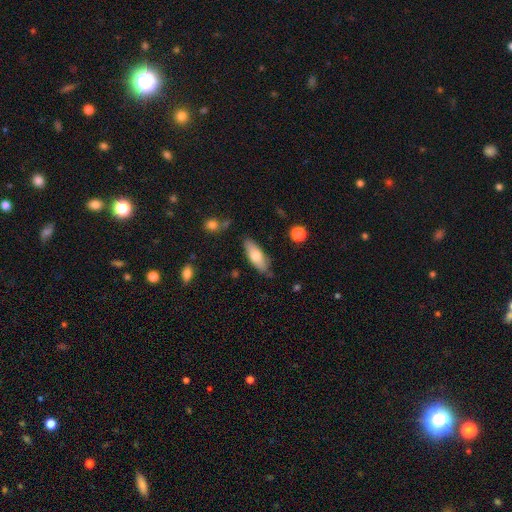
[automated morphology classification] Smooth or featured?
  - smooth: 69% *
  - featured or disk: 25%
  - star or artifact: 6%
How rounded?
  - in between: 70% *
  - cigar-shaped: 28%
  - round: 2%
Merging?
  - none: 78% *
  - minor disturbance: 16%
  - major disturbance: 3%
  - merger: 3%